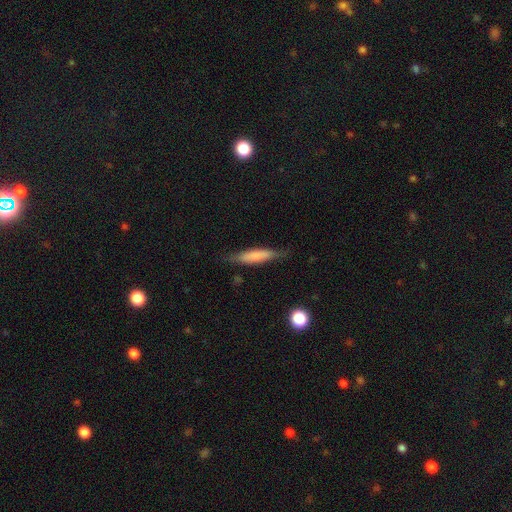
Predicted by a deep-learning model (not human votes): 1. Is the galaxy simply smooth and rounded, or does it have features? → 67% smooth, 27% featured or disk, 6% star or artifact.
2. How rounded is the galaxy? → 82% cigar-shaped, 16% in between, 2% round.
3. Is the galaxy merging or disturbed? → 78% none, 17% minor disturbance, 4% major disturbance, 1% merger.